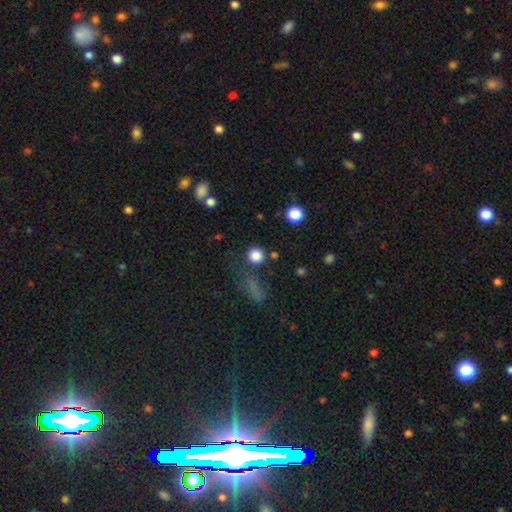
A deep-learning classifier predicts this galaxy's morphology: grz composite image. It shows a smooth galaxy with no disk features (83%) that is round (93%). Merging: none (82%).